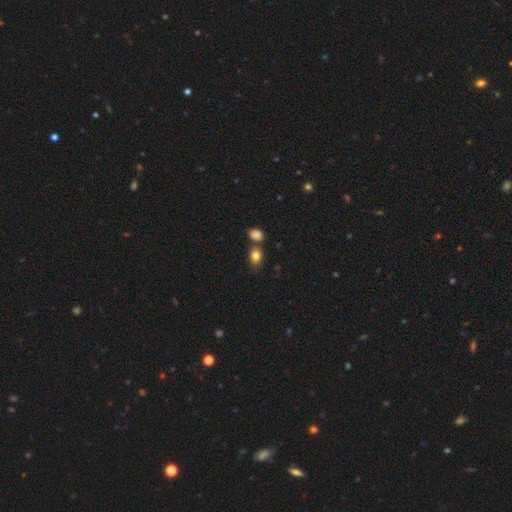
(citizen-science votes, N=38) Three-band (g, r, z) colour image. It shows a smooth galaxy with no disk features (89%) that is in between round and cigar-shaped (82%). Merging: none (78%).